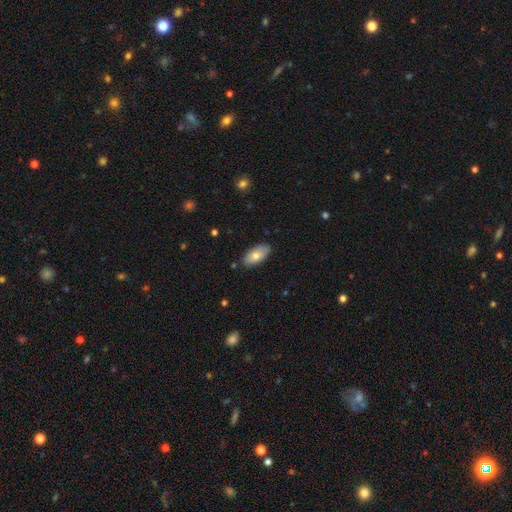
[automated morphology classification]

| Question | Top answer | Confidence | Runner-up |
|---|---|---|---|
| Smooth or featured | smooth | 73% | featured or disk (21%) |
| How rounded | in between | 91% | cigar-shaped (6%) |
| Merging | none | 84% | minor disturbance (12%) |